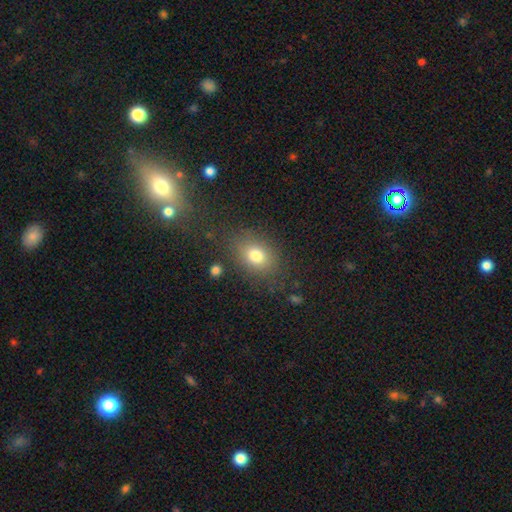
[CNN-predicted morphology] Overall: smooth (78%). How rounded: in between (64%; round 34%). Merging: none (78%).